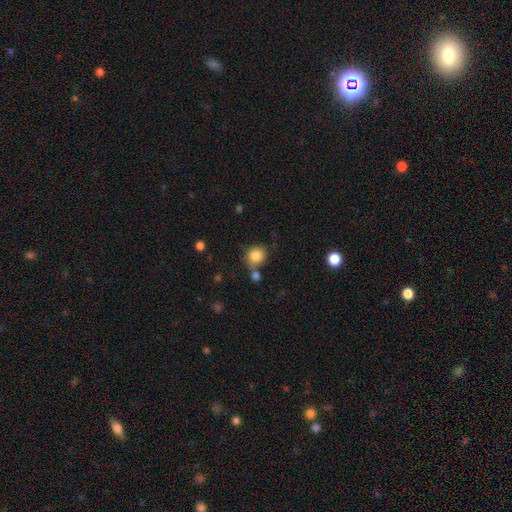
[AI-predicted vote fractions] The model was most divided on "merging": none: 66%, merger: 17%, minor disturbance: 13%, major disturbance: 4%. More confident: how rounded — round (86%); smooth or featured — smooth (84%).